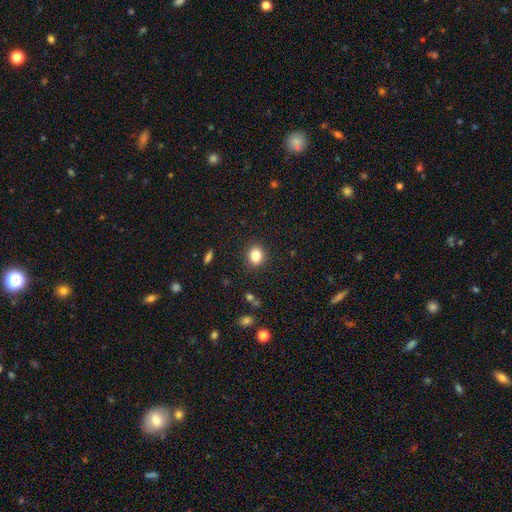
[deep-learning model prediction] smooth-or-featured: smooth: 84% | star or artifact: 10% | featured or disk: 6%
  how-rounded: round: 70% | in between: 29% | cigar-shaped: 1%
  merging: none: 89% | minor disturbance: 7% | major disturbance: 2% | merger: 1%